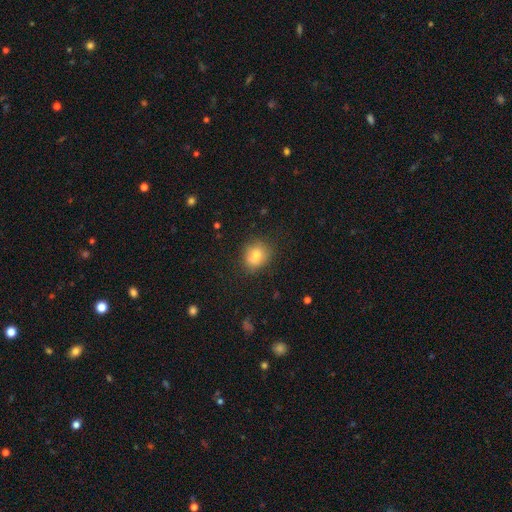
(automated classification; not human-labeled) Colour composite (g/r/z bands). It shows a smooth galaxy with no disk features (78%) that is round (71%). Merging: none (77%).